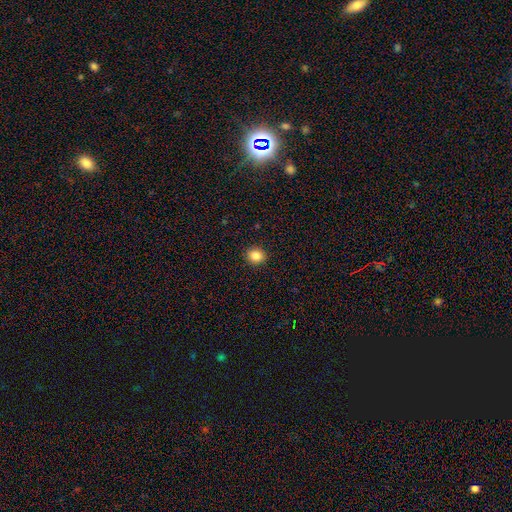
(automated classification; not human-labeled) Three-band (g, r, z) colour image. It shows a smooth galaxy with no disk features (85%) that is round (79%). Merging: none (92%).